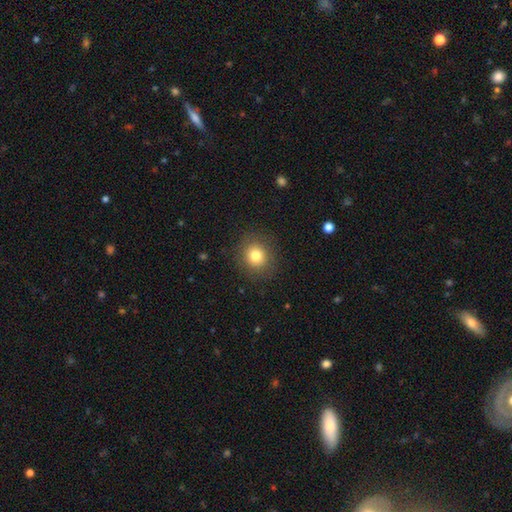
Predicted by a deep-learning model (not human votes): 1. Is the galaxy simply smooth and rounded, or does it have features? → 79% smooth, 11% star or artifact, 9% featured or disk.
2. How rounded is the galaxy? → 84% round, 15% in between, 1% cigar-shaped.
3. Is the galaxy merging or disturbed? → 88% none, 8% minor disturbance, 3% major disturbance, 1% merger.